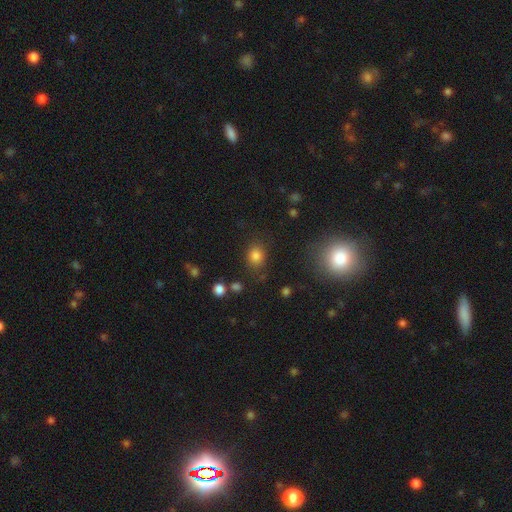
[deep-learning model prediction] Smooth or featured?
  - smooth: 80% *
  - star or artifact: 14%
  - featured or disk: 6%
How rounded?
  - round: 60% *
  - in between: 39%
  - cigar-shaped: 1%
Merging?
  - none: 79% *
  - minor disturbance: 12%
  - major disturbance: 5%
  - merger: 4%